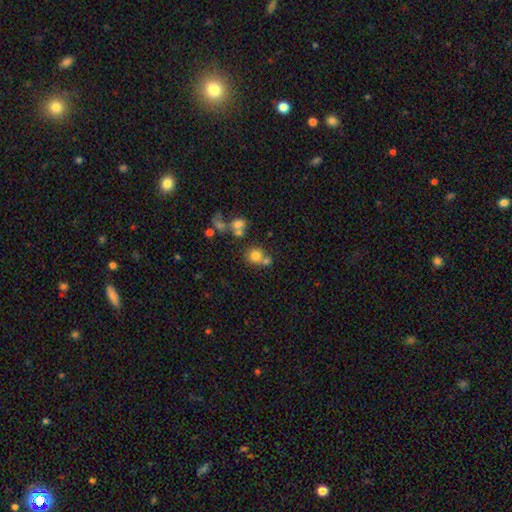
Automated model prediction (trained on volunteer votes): Smooth or featured?
  - smooth: 74% *
  - star or artifact: 14%
  - featured or disk: 13%
How rounded?
  - round: 82% *
  - in between: 17%
  - cigar-shaped: 1%
Merging?
  - none: 49% *
  - merger: 37%
  - minor disturbance: 9%
  - major disturbance: 5%